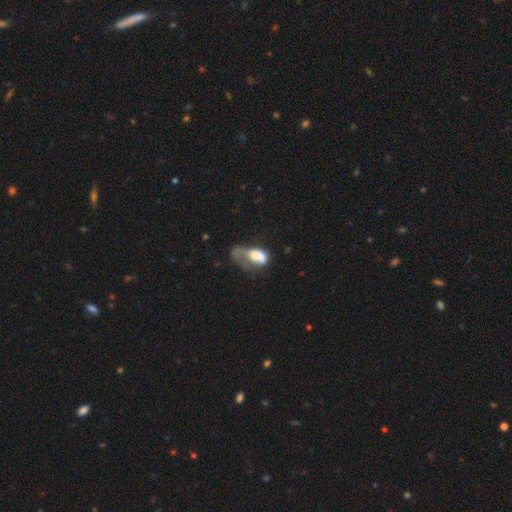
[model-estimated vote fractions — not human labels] smooth-or-featured: smooth: 53% | featured or disk: 37% | star or artifact: 9%
  how-rounded: in between: 84% | round: 10% | cigar-shaped: 6%
  merging: major disturbance: 57% | minor disturbance: 16% | merger: 14% | none: 14%